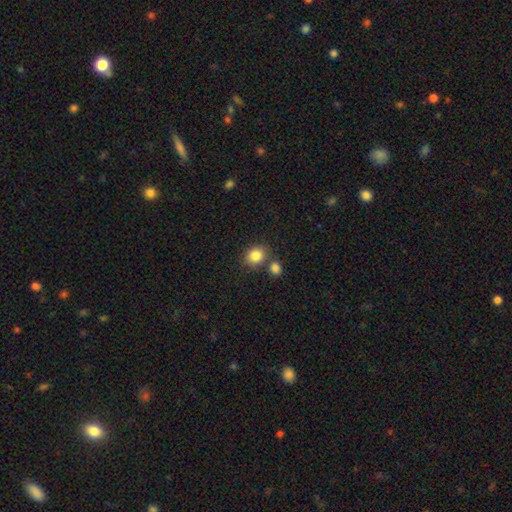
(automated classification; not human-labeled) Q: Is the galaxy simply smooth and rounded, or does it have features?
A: smooth — 85%.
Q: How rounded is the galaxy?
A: round — 70%.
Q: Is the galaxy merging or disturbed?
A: none — 67%.